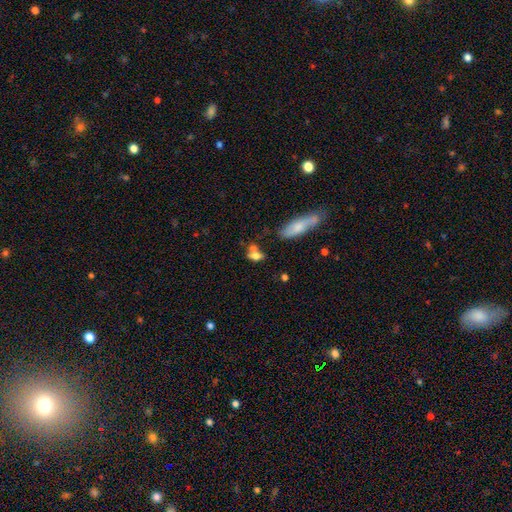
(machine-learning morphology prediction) Q: Smooth or featured?
A: smooth (70%); runner-up: featured or disk (20%)
Q: How rounded?
A: in between (67%); runner-up: round (20%)
Q: Merging?
A: merger (43%); runner-up: none (37%)